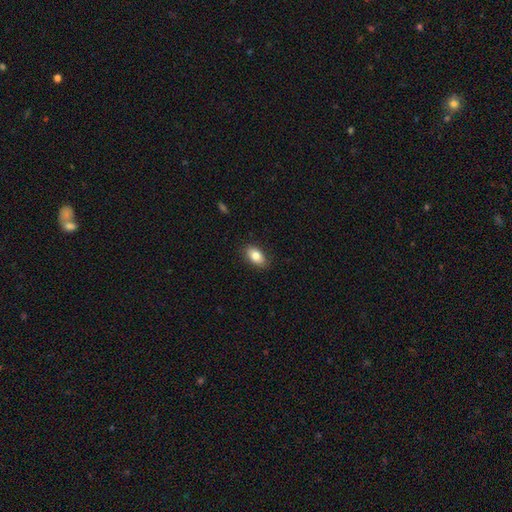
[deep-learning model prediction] Smooth or featured? Predicted: smooth (p=0.83). How rounded? Predicted: in between (p=0.92). Merging? Predicted: none (p=0.87).